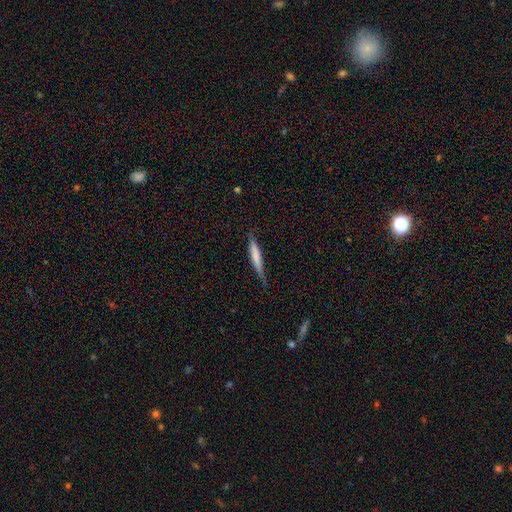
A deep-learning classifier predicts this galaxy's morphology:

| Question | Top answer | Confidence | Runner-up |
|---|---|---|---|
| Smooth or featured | smooth | 63% | featured or disk (31%) |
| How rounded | cigar-shaped | 92% | in between (6%) |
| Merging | none | 70% | minor disturbance (23%) |